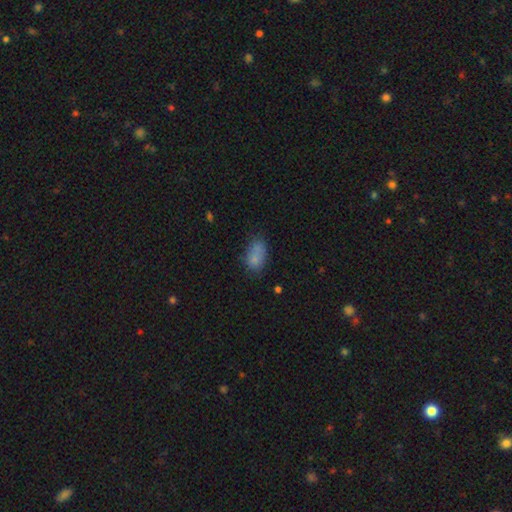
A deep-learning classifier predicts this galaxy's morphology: Smooth or featured: smooth — 78% (star or artifact — 11%)
How rounded: in between — 88% (round — 9%)
Merging: none — 54% (minor disturbance — 28%)